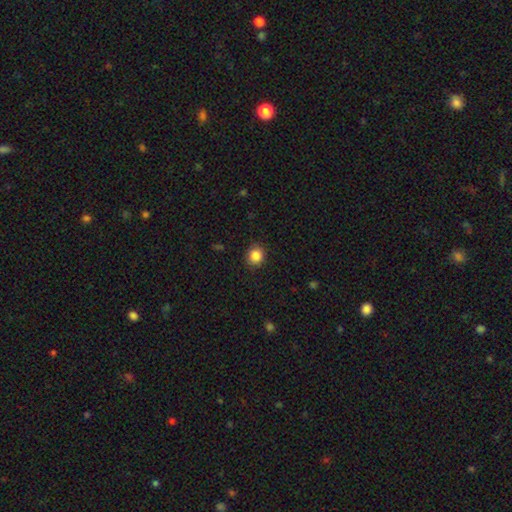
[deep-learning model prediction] A smooth galaxy with no disk features (86%) that is round (85%).

Vote fractions:
- Smooth or featured? smooth: 86% / star or artifact: 10% / featured or disk: 4%
- How rounded? round: 85% / in between: 14% / cigar-shaped: 1%
- Merging? none: 90% / minor disturbance: 7% / major disturbance: 2% / merger: 1%